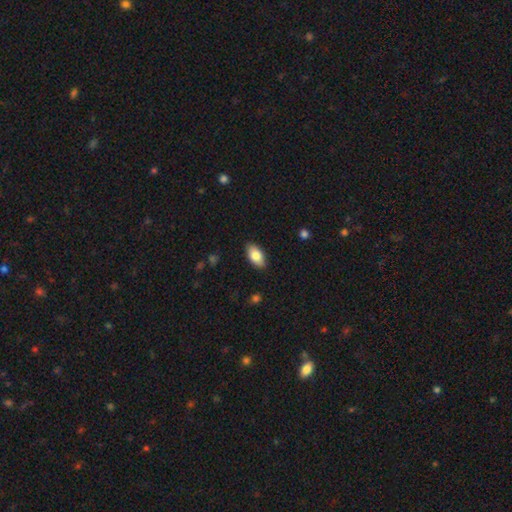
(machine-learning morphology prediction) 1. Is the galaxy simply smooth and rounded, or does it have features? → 82% smooth, 11% featured or disk, 7% star or artifact.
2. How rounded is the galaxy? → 94% in between, 3% cigar-shaped, 3% round.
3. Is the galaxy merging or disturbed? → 87% none, 10% minor disturbance, 2% major disturbance, 1% merger.